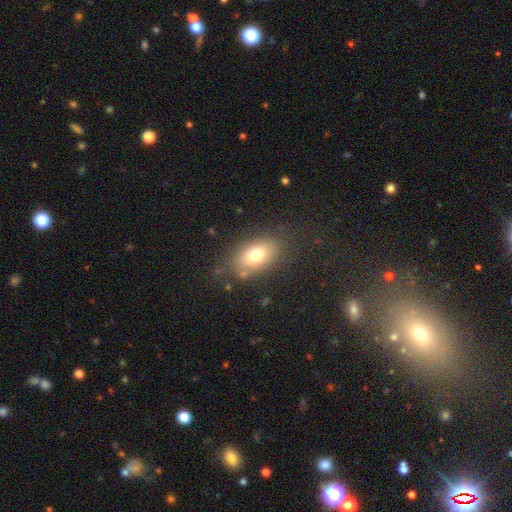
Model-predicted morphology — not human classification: This appears to be a smooth galaxy with no disk features (75%) that is in between round and cigar-shaped (88%). Merging: none (77%).